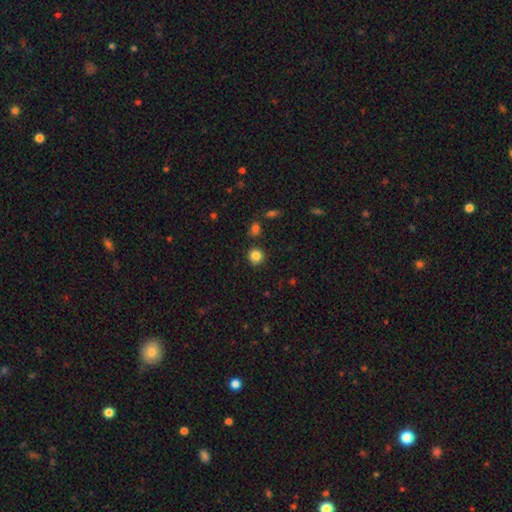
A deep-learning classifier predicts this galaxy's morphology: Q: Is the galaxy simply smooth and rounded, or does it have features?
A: smooth — 84%.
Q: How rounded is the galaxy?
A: round — 91%.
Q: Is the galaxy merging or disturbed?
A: none — 87%.